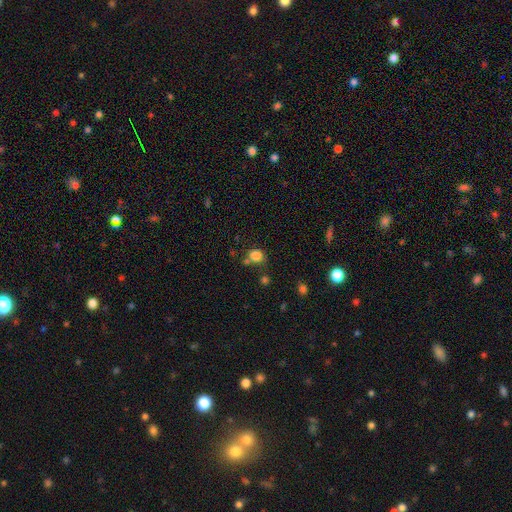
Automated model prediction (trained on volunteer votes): Smooth or featured: smooth — 82% (star or artifact — 13%)
How rounded: round — 72% (in between — 27%)
Merging: none — 61% (merger — 17%)